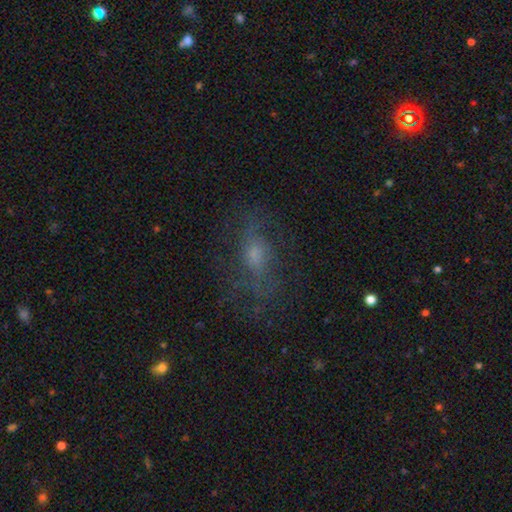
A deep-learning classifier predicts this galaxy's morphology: Smooth or featured? Predicted: featured or disk (p=0.46). Merging? Predicted: none (p=0.64).